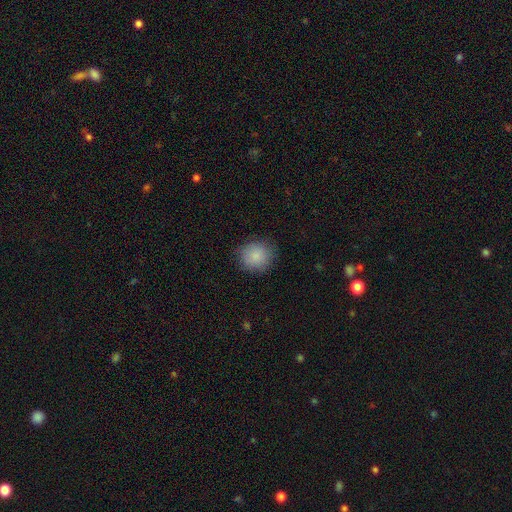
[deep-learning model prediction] The model was most divided on "how rounded": round: 84%, in between: 15%, cigar-shaped: 1%. More confident: smooth or featured — smooth (87%); merging — none (85%).